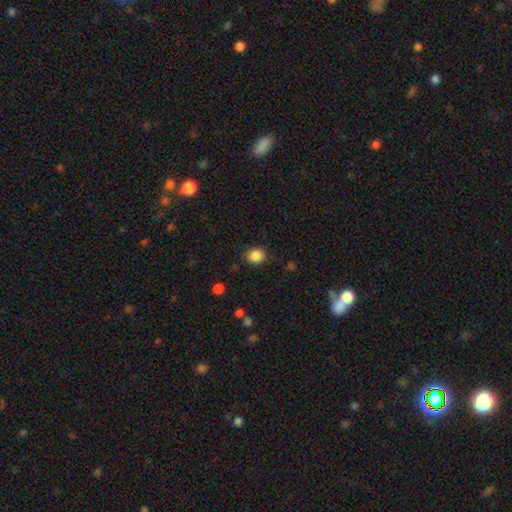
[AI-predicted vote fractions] smooth 87%, star or artifact 10%, featured or disk 3%. Down the decision tree: how rounded — round (67%); merging — none (84%).